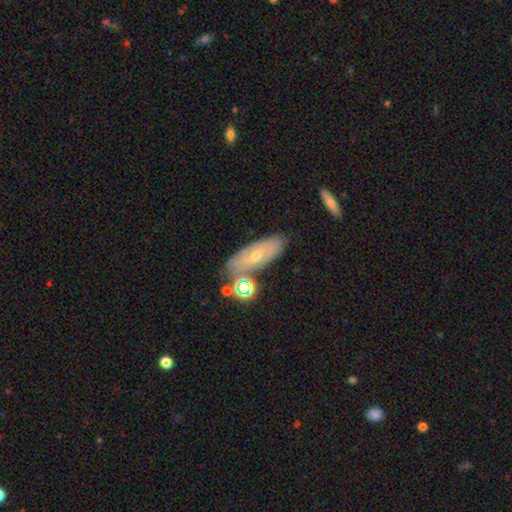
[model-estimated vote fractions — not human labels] Morphology: type=featured or disk (54%); edge-on=no (79%); merging=none (69%).